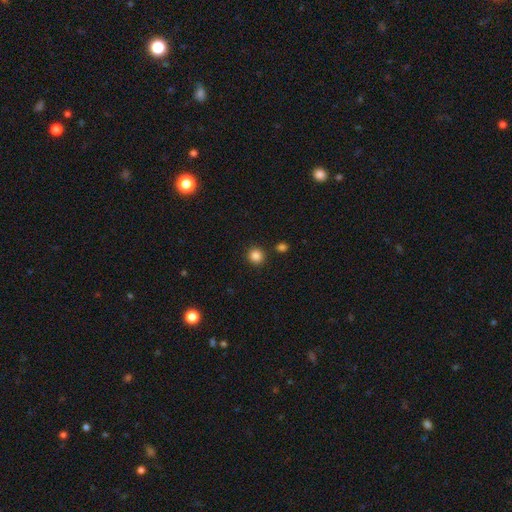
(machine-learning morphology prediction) This is clearly a smooth galaxy (85%). How rounded: clearly round (92%). Merging: clearly none (89%).